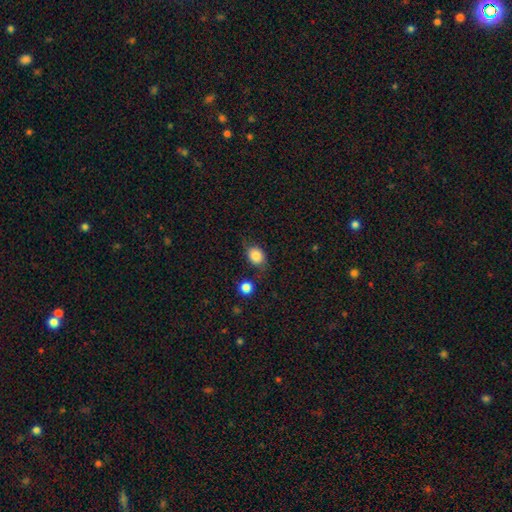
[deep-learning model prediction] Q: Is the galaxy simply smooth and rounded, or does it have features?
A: smooth — 84%.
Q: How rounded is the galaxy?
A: in between — 52%.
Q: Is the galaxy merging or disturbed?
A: none — 64%.